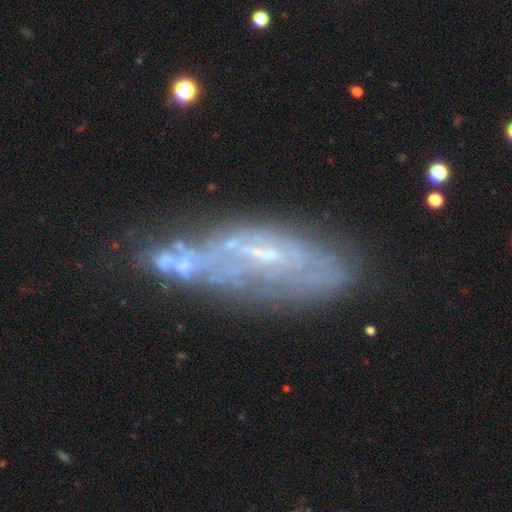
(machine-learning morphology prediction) type=featured or disk (62%); edge-on=no (75%); merging=none (48%).